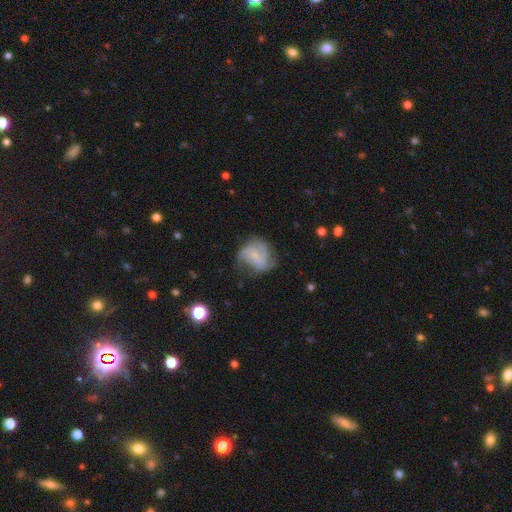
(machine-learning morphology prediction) A featured or disk galaxy (75%) with no bar (59%), 3 (48%) medium (48%) spiral arms (94%) and a small central bulge (66%).

Vote fractions:
- Smooth or featured? featured or disk: 75% / smooth: 18% / star or artifact: 7%
- Edge-on disk? no: 98% / yes: 2%
- Bar? no: 59% / weak: 33% / strong: 8%
- Spiral arms? yes: 94% / no: 6%
- Spiral winding? medium: 48% / tight: 33% / loose: 20%
- Spiral arm count? 3: 48% / 2: 22% / can't tell: 14% / 4: 8% / 1: 4% / more than 4: 4%
- Bulge size? small: 66% / none: 18% / moderate: 14% / large: 1% / dominant: 1%
- Merging? none: 57% / minor disturbance: 24% / major disturbance: 16% / merger: 2%